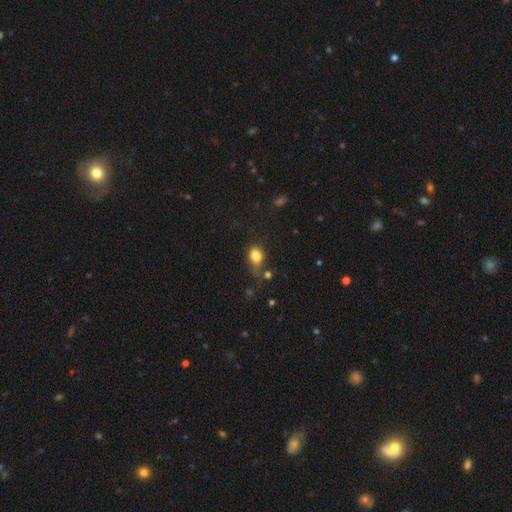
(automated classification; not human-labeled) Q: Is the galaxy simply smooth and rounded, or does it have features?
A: smooth — 83%.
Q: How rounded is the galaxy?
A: in between — 59%.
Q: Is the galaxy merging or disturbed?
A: none — 47%.